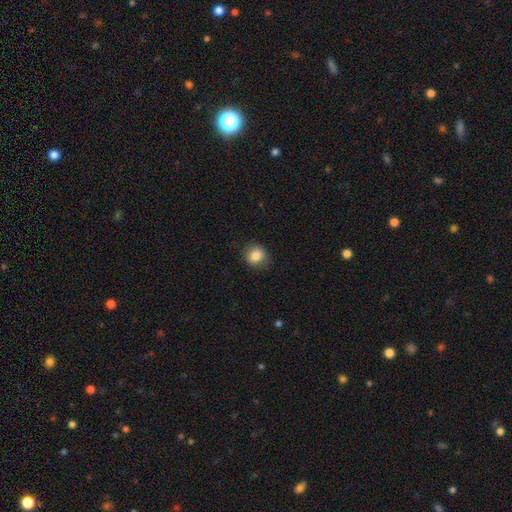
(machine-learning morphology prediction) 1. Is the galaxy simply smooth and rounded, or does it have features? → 83% smooth, 9% star or artifact, 7% featured or disk.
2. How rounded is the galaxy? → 70% round, 29% in between, 1% cigar-shaped.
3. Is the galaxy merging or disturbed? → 80% none, 14% minor disturbance, 4% major disturbance, 1% merger.